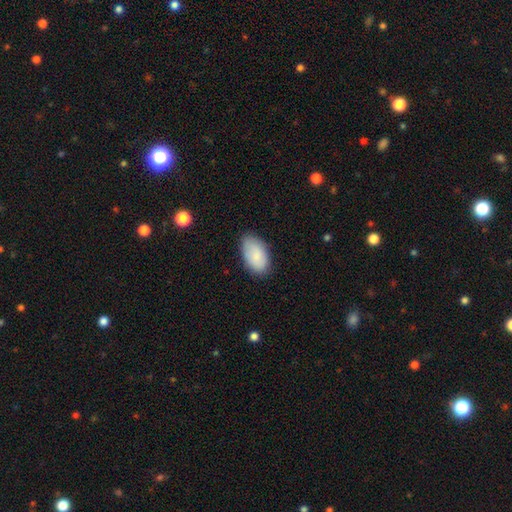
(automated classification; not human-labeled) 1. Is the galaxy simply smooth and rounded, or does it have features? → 86% smooth, 7% featured or disk, 6% star or artifact.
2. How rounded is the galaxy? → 95% in between, 4% round, 2% cigar-shaped.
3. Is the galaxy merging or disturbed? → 80% none, 16% minor disturbance, 3% major disturbance, 1% merger.